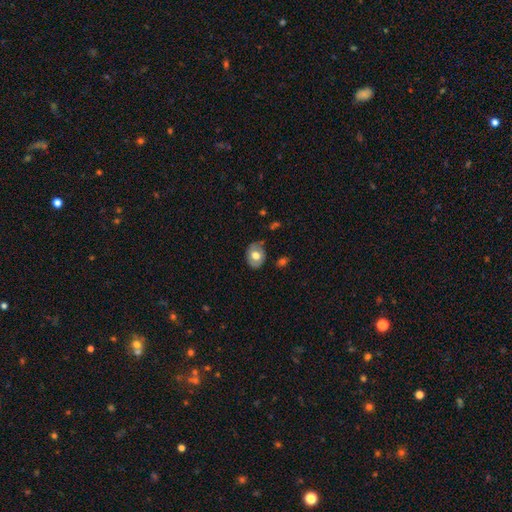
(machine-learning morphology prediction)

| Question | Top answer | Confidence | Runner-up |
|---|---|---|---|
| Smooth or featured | smooth | 61% | featured or disk (32%) |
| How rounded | in between | 65% | round (34%) |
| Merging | none | 74% | minor disturbance (19%) |